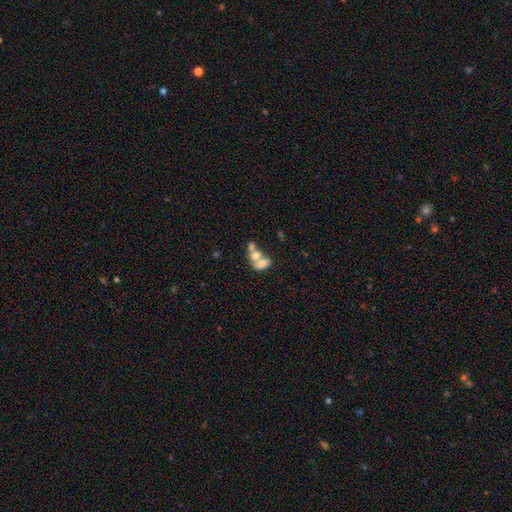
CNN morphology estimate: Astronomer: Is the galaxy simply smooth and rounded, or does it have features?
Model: smooth — 64%.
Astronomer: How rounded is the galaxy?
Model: in between — 80%.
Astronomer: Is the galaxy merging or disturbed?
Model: merger — 67%.